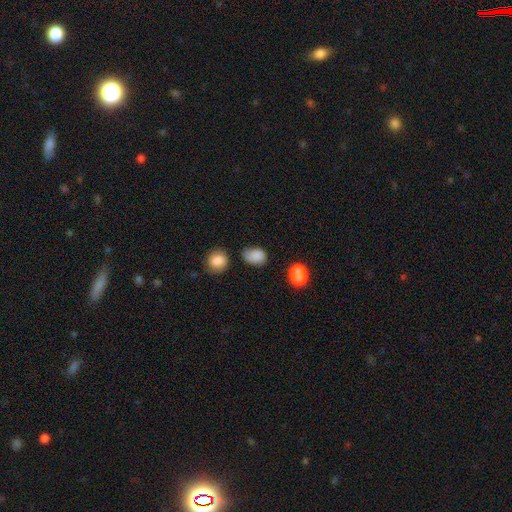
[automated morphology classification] This appears to be a smooth galaxy with no disk features (83%) that is in between round and cigar-shaped (71%). Merging: none (59%).